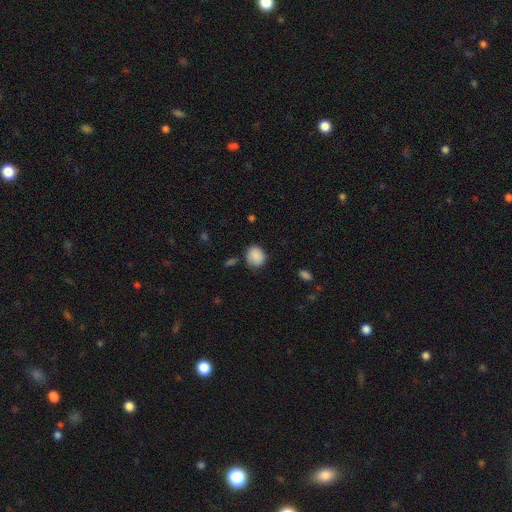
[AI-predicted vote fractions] Overall: smooth (87%). How rounded: round (66%; in between 33%). Merging: none (73%).